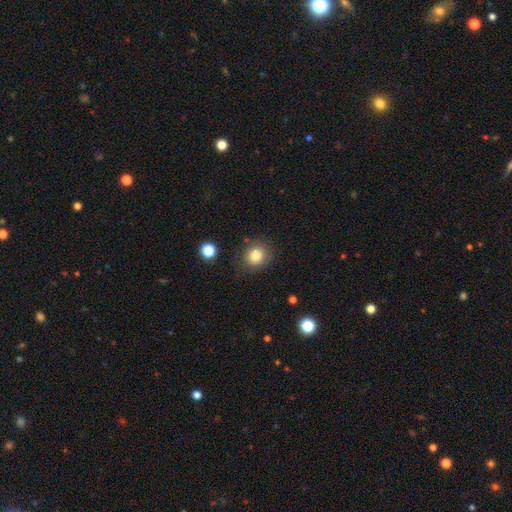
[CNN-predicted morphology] Smooth or featured? Predicted: smooth (p=0.80). How rounded? Predicted: round (p=0.75). Merging? Predicted: none (p=0.80).